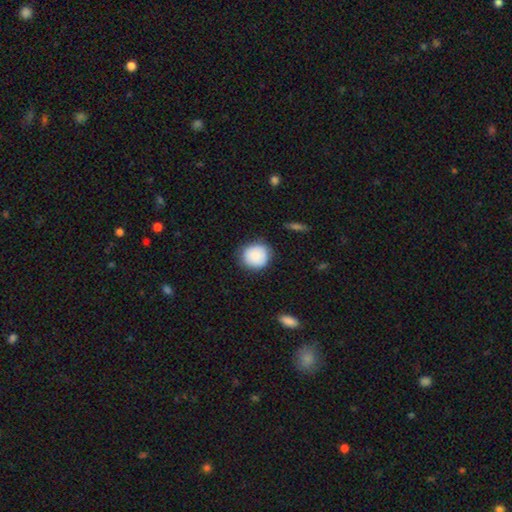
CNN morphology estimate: type=smooth (88%); roundness=round (87%); merging=none (83%).